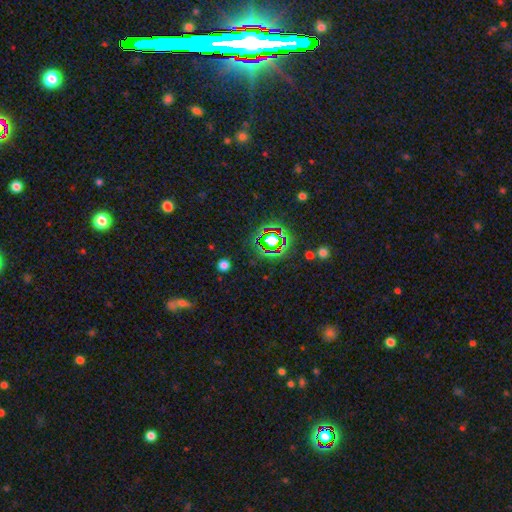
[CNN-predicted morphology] Smooth or featured? star or artifact (74%)